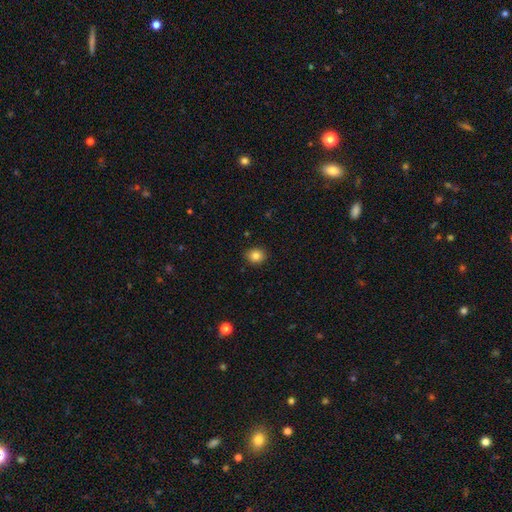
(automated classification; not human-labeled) The model was most divided on "how rounded": round: 75%, in between: 24%, cigar-shaped: 1%. More confident: merging — none (90%); smooth or featured — smooth (84%).